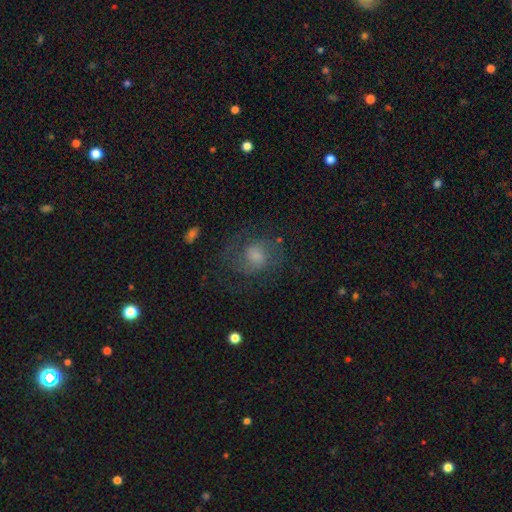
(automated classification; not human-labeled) smooth_or_featured: featured or disk (p=0.53) [alt: smooth p=0.36]
disk_edge_on: no (p=0.97) [alt: yes p=0.03]
bar: no (p=0.59) [alt: weak p=0.35]
has_spiral_arms: yes (p=0.84) [alt: no p=0.16]
bulge_size: moderate (p=0.38) [alt: small p=0.28]
merging: none (p=0.64) [alt: minor disturbance p=0.18]